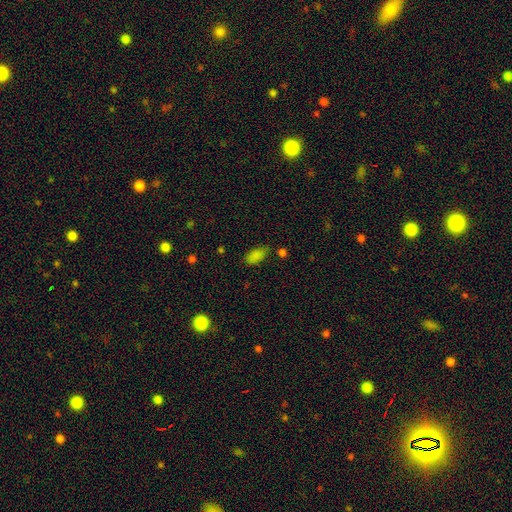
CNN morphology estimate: This appears to be a smooth galaxy with no disk features (82%) that is in between round and cigar-shaped (90%). Merging: none (71%).